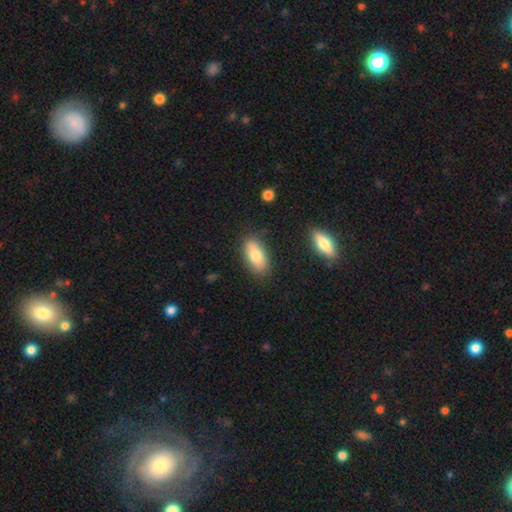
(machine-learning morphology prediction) This is likely a smooth galaxy (75%). How rounded: clearly in between (89%). Merging: likely none (79%).